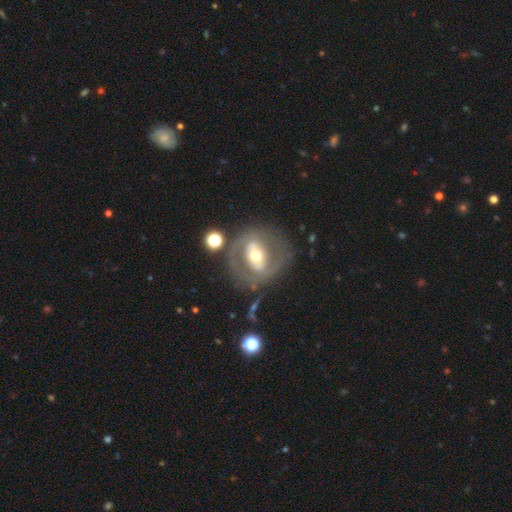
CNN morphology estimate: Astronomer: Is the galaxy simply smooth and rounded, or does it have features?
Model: featured or disk — 66%.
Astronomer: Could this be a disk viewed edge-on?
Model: no — 94%.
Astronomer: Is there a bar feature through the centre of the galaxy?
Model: strong — 37% (runner-up: no, 34%).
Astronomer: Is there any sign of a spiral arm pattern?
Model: no — 68%.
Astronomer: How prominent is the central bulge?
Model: moderate — 68%.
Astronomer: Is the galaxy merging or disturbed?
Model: none — 67%.